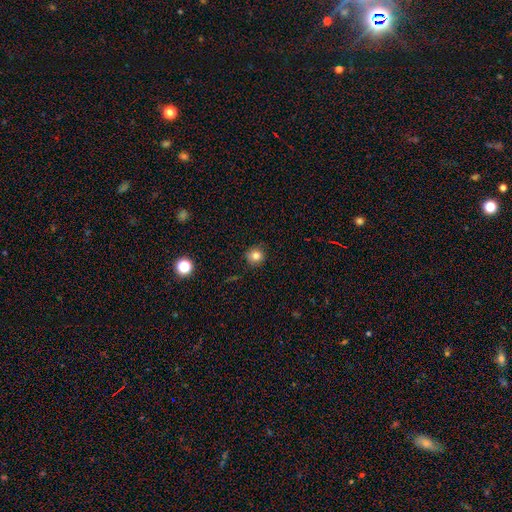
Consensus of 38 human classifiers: Smooth or featured: smooth — 79% (featured or disk — 13%)
How rounded: round — 100%
Merging: none — 94% (minor disturbance — 6%)